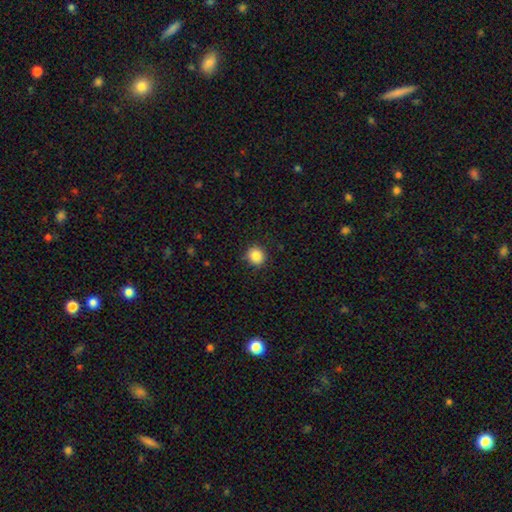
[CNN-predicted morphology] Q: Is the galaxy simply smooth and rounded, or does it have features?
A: smooth — 86%.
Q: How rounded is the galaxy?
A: round — 88%.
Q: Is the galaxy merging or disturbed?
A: none — 88%.